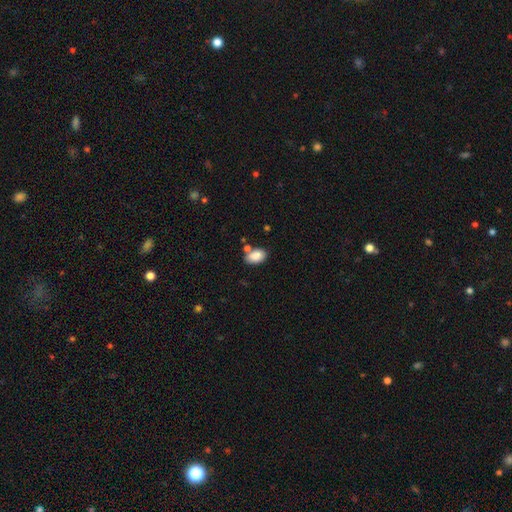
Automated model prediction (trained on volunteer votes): Smooth or featured?
  - smooth: 86% *
  - star or artifact: 8%
  - featured or disk: 6%
How rounded?
  - in between: 91% *
  - round: 8%
  - cigar-shaped: 1%
Merging?
  - none: 64% *
  - merger: 16%
  - minor disturbance: 16%
  - major disturbance: 4%